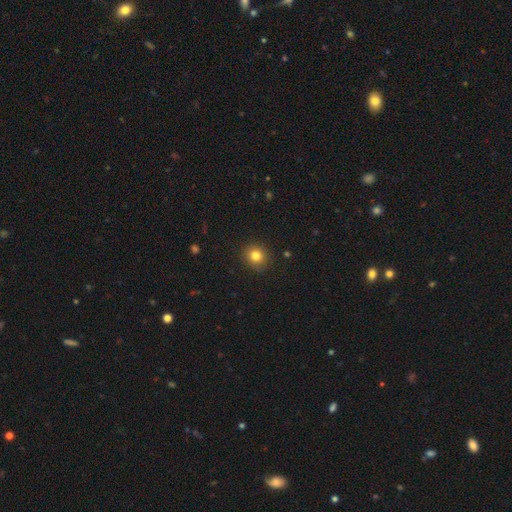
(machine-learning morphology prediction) This is clearly a smooth galaxy (81%). How rounded: clearly round (87%). Merging: clearly none (90%).